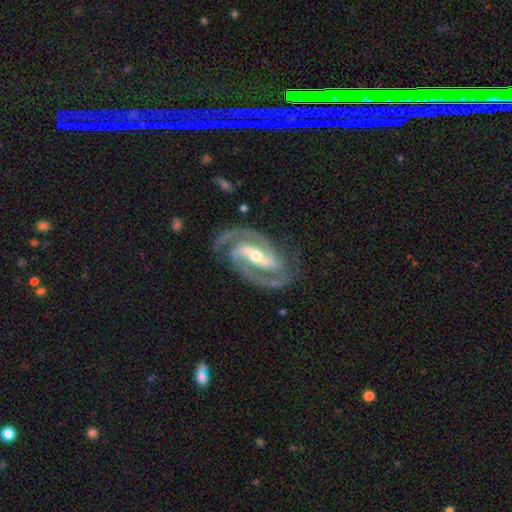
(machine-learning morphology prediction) This appears to be a featured or disk galaxy (93%) with a strong bar (65%), 2 (90%) medium (52%) spiral arms (98%) and a moderate central bulge (53%). Merging: none (82%).